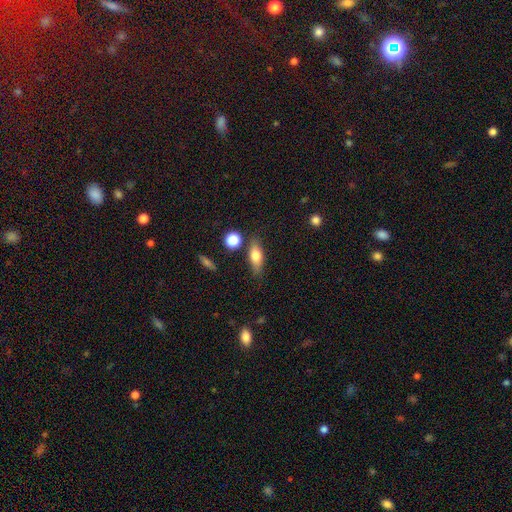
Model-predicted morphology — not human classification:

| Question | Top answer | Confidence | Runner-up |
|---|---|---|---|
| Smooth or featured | smooth | 68% | featured or disk (24%) |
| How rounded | in between | 69% | cigar-shaped (25%) |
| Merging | none | 76% | minor disturbance (15%) |